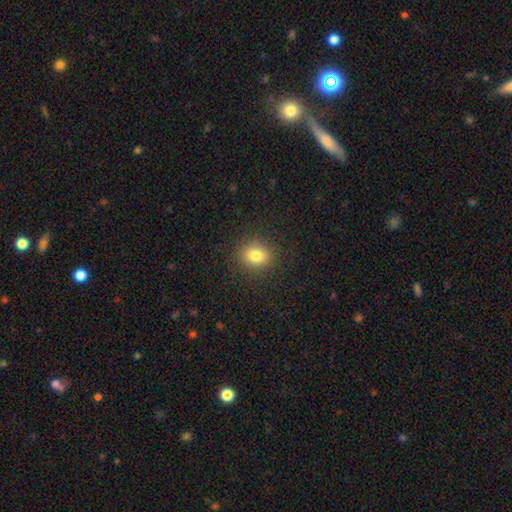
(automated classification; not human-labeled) This appears to be a smooth galaxy with no disk features (81%) that is round (61%). Merging: none (88%).